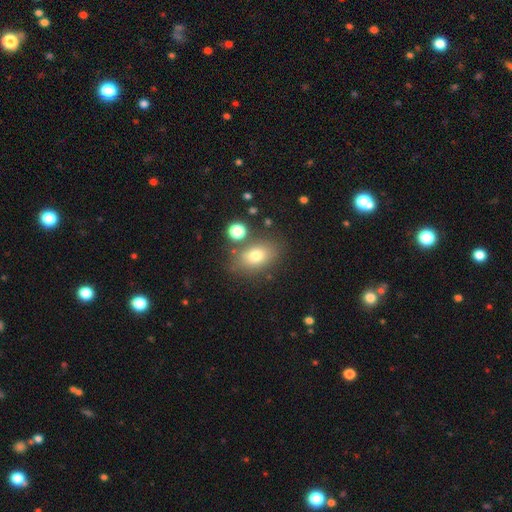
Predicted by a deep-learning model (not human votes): Smooth or featured?
  - smooth: 75% *
  - featured or disk: 14%
  - star or artifact: 11%
How rounded?
  - in between: 81% *
  - round: 18%
  - cigar-shaped: 2%
Merging?
  - none: 72% *
  - minor disturbance: 14%
  - merger: 9%
  - major disturbance: 5%